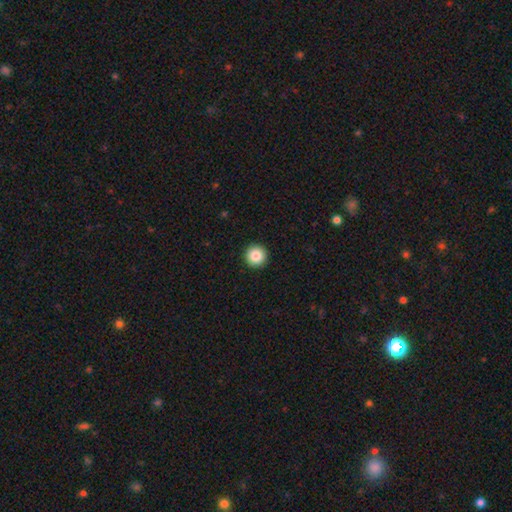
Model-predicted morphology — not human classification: Smooth or featured: smooth — 86% (star or artifact — 9%)
How rounded: round — 96% (in between — 3%)
Merging: none — 94% (minor disturbance — 4%)